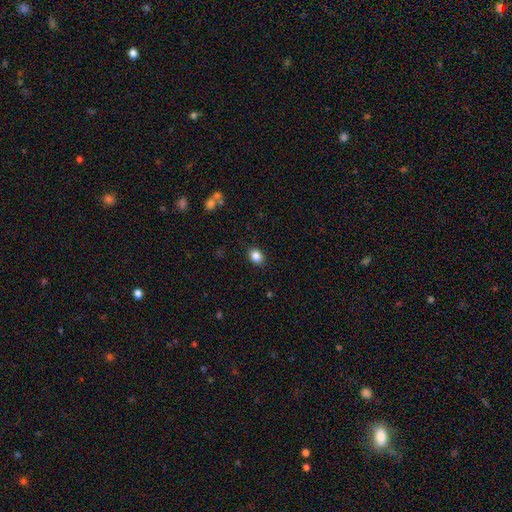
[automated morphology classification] Smooth or featured? Predicted: smooth (p=0.85). How rounded? Predicted: in between (p=0.61). Merging? Predicted: none (p=0.87).